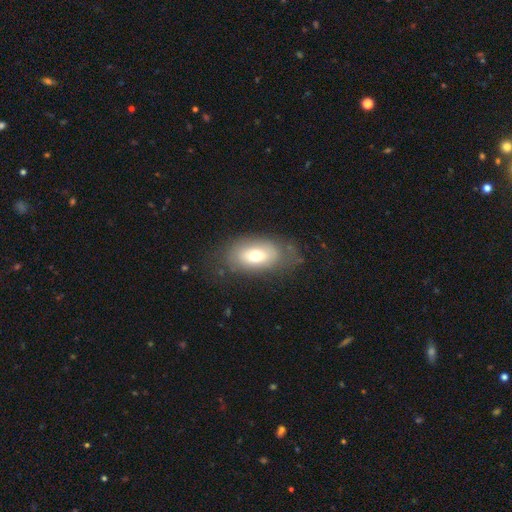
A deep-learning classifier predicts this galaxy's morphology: Smooth or featured? Predicted: smooth (p=0.66). How rounded? Predicted: in between (p=0.88). Merging? Predicted: none (p=0.66).